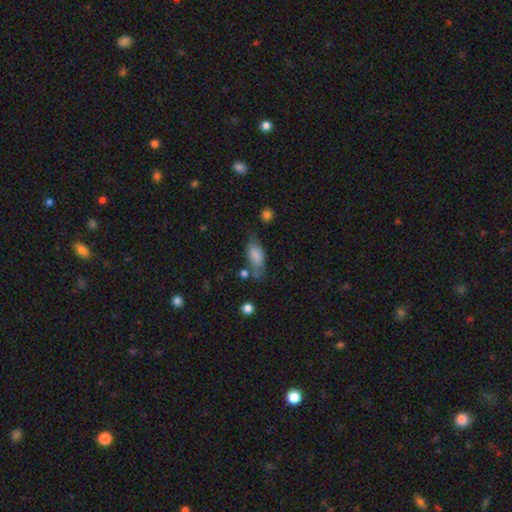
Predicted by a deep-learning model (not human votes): Morphology: type=smooth (77%); roundness=in between (84%); merging=none (49%).